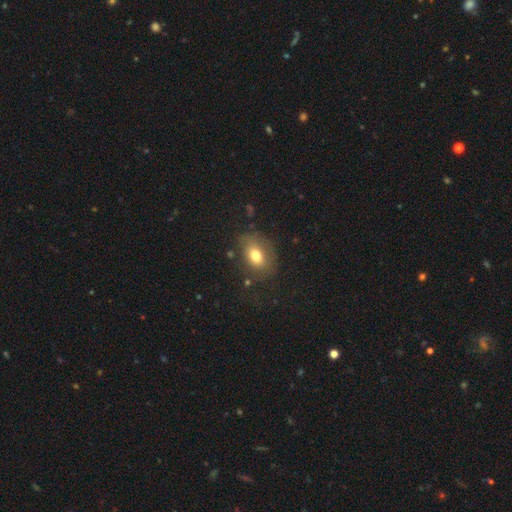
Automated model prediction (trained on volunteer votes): Smooth or featured? Predicted: smooth (p=0.74). How rounded? Predicted: in between (p=0.76). Merging? Predicted: none (p=0.67).